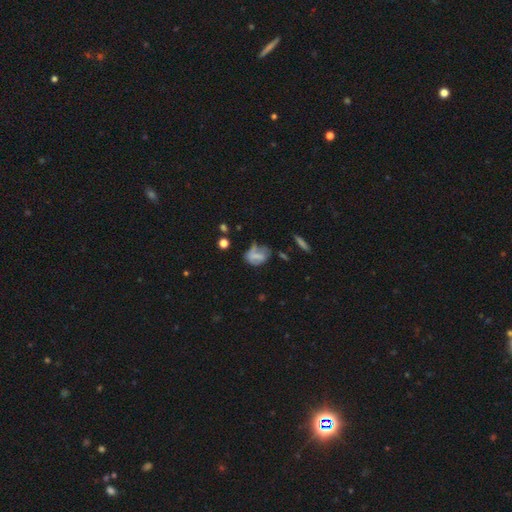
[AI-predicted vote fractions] The model was most divided on "merging": none: 36%, minor disturbance: 32%, major disturbance: 25%, merger: 6%. More confident: how rounded — in between (71%); smooth or featured — smooth (55%).